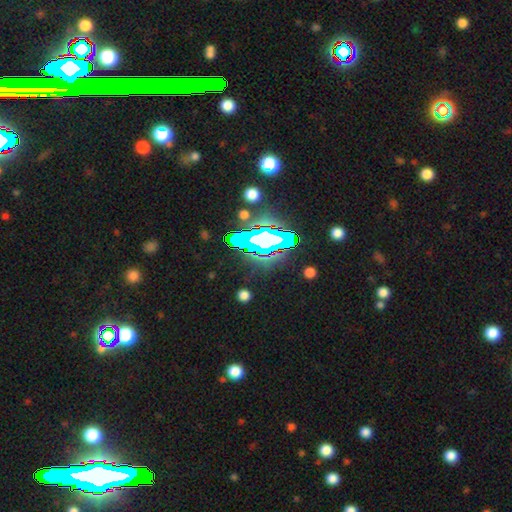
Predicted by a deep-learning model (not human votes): Morphology: type=star or artifact (68%).